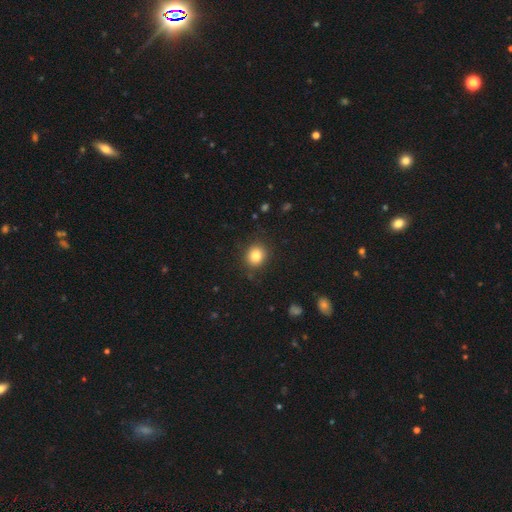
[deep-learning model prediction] This is clearly a smooth galaxy (82%). How rounded: clearly round (81%). Merging: clearly none (87%).